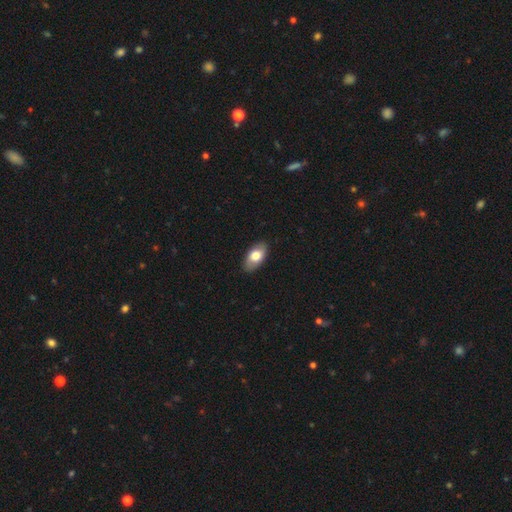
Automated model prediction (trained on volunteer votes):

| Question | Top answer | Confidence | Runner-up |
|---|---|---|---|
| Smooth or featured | smooth | 75% | featured or disk (19%) |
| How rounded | in between | 93% | round (4%) |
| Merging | none | 88% | minor disturbance (9%) |